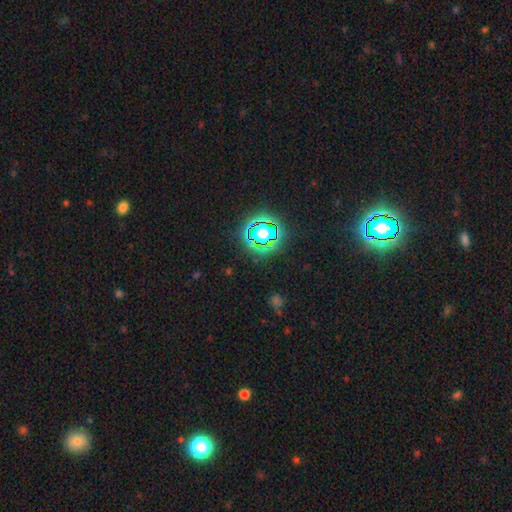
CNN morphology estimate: smooth-or-featured: star or artifact: 80% | smooth: 13% | featured or disk: 7%